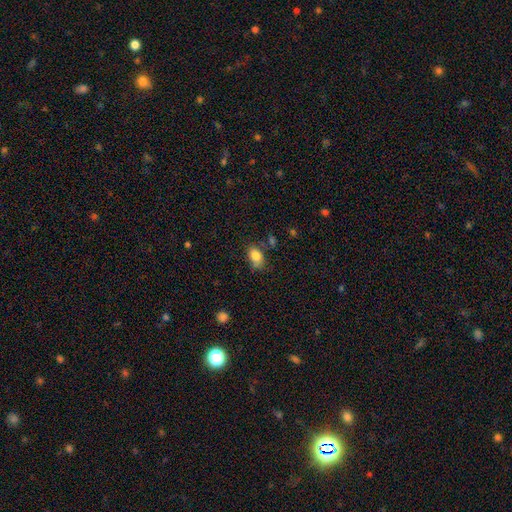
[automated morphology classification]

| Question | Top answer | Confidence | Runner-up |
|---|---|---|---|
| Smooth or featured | smooth | 84% | star or artifact (9%) |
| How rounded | in between | 82% | round (16%) |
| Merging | none | 67% | minor disturbance (23%) |